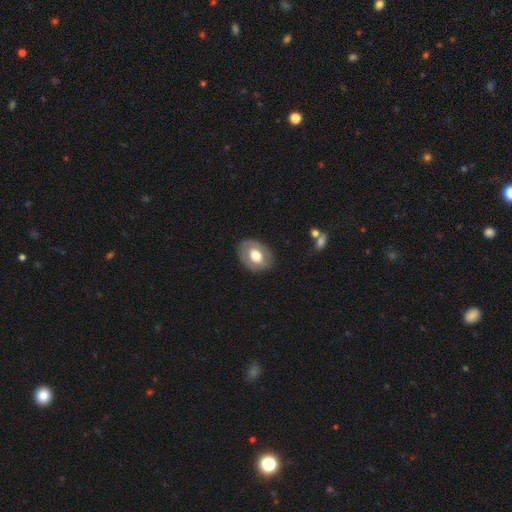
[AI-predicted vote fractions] Morphology: type=smooth (61%); roundness=in between (60%); merging=none (85%).